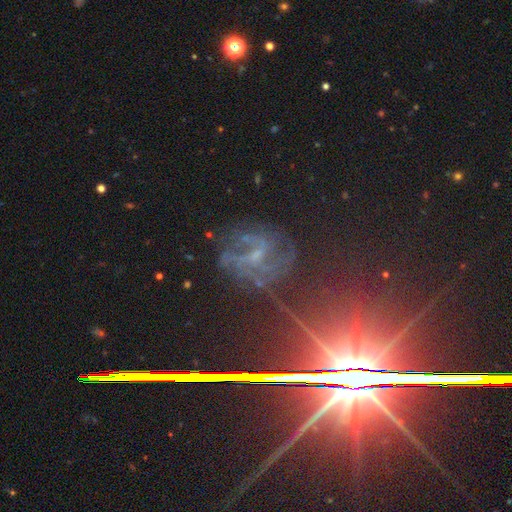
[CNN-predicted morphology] smooth_or_featured: featured or disk (p=0.61) [alt: star or artifact p=0.29]
disk_edge_on: no (p=0.93) [alt: yes p=0.07]
bar: weak (p=0.43) [alt: no p=0.36]
has_spiral_arms: yes (p=0.87) [alt: no p=0.13]
bulge_size: small (p=0.60) [alt: moderate p=0.19]
merging: none (p=0.64) [alt: minor disturbance p=0.17]